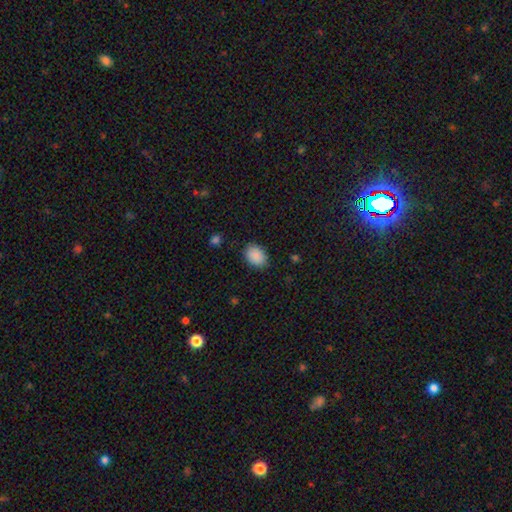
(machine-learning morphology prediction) Smooth or featured?
  - smooth: 89% *
  - star or artifact: 8%
  - featured or disk: 3%
How rounded?
  - in between: 69% *
  - round: 30%
  - cigar-shaped: 1%
Merging?
  - none: 85% *
  - minor disturbance: 11%
  - major disturbance: 3%
  - merger: 1%